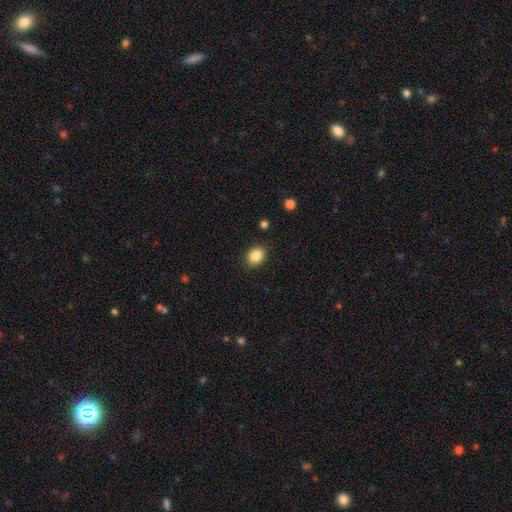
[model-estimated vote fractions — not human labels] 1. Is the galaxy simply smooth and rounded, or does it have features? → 87% smooth, 9% star or artifact, 4% featured or disk.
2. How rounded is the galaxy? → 55% in between, 44% round, 1% cigar-shaped.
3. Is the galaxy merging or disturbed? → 89% none, 8% minor disturbance, 2% major disturbance, 1% merger.